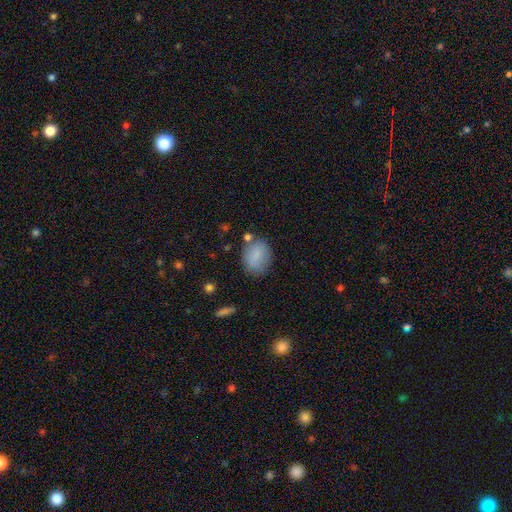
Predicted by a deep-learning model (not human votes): Smooth or featured: smooth — 82% (featured or disk — 10%)
How rounded: in between — 58% (round — 41%)
Merging: none — 72% (minor disturbance — 17%)